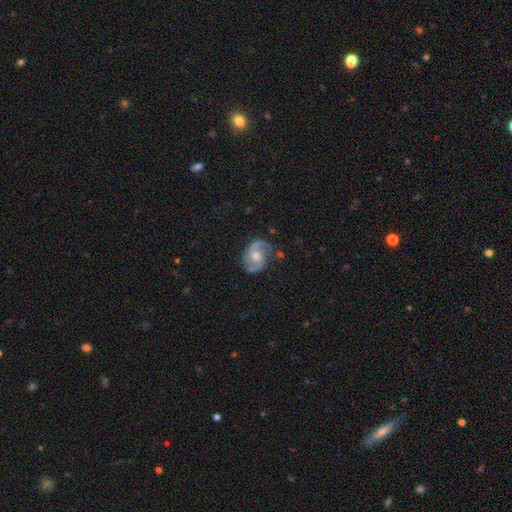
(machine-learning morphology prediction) Overall: featured or disk (85%). Edge-on disk: no (98%). Bar: no (49%; weak 43%). Spiral arms: yes (96%). Spiral arm count: 2 (89%). Spiral winding: medium (51%; loose 34%). Bulge size: moderate (59%; small 28%). Merging: none (69%).